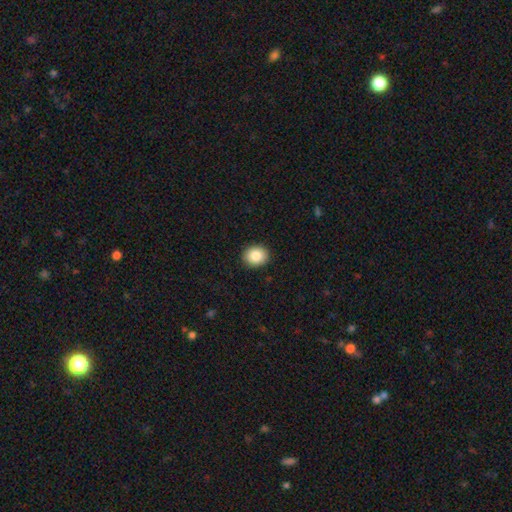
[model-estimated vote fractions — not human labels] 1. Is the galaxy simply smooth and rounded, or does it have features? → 86% smooth, 8% star or artifact, 6% featured or disk.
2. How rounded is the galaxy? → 66% round, 33% in between, 1% cigar-shaped.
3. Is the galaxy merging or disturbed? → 91% none, 6% minor disturbance, 2% major disturbance, 1% merger.